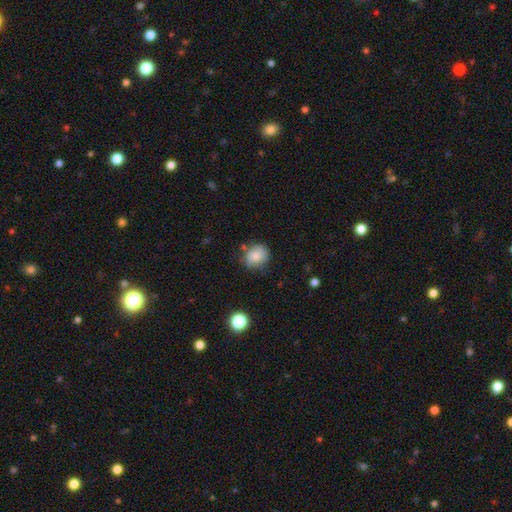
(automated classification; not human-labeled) This is likely a smooth galaxy (79%). How rounded: likely round (70%). Merging: likely none (66%).